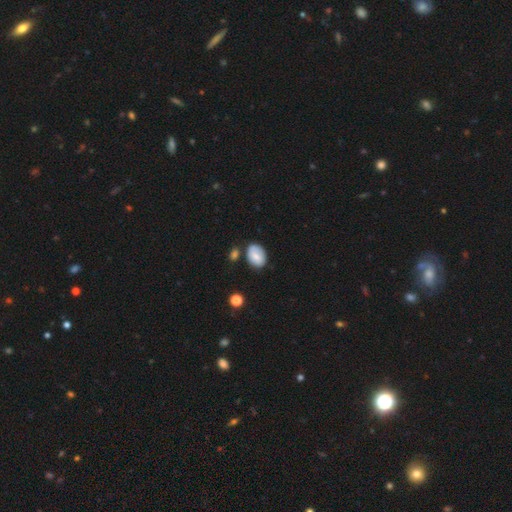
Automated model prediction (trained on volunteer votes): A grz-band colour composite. It shows a smooth galaxy with no disk features (75%) that is in between round and cigar-shaped (80%). Merging: none (68%).